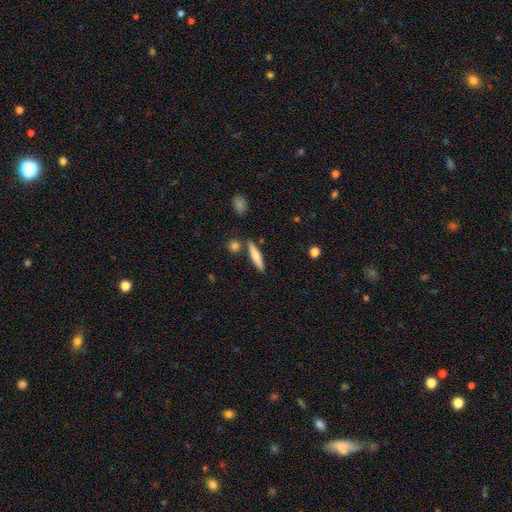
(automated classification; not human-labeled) Overall: smooth (64%; featured or disk 30%). How rounded: cigar-shaped (87%). Merging: none (81%).